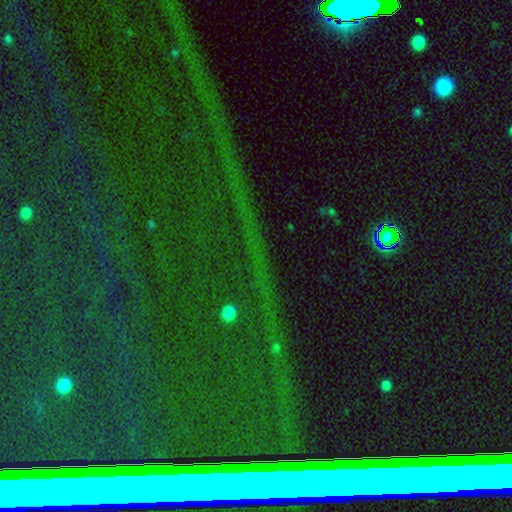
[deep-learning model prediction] A star or artifact, not a galaxy (84%).